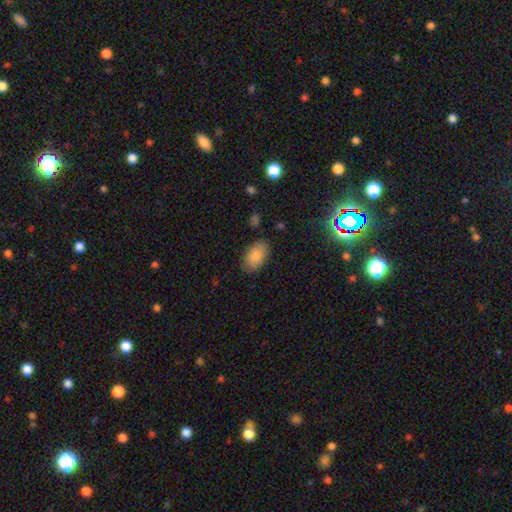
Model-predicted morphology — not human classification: smooth_or_featured: smooth (p=0.86) [alt: star or artifact p=0.07]
how_rounded: in between (p=0.92) [alt: round p=0.06]
merging: none (p=0.84) [alt: minor disturbance p=0.12]